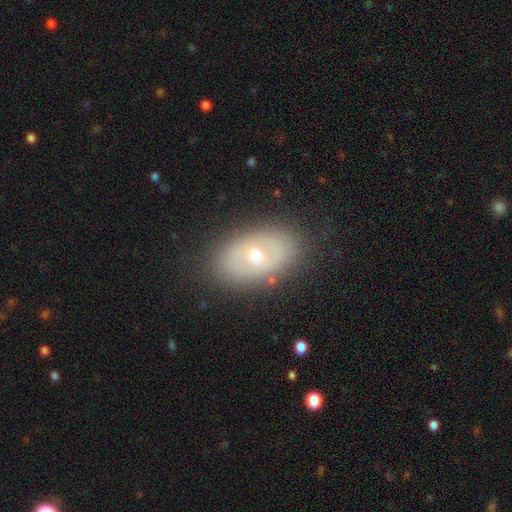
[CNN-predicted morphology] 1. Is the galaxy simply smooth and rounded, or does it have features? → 53% featured or disk, 40% smooth, 7% star or artifact.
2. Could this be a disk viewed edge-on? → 91% no, 9% yes.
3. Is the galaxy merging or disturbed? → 82% none, 12% minor disturbance, 4% major disturbance, 1% merger.